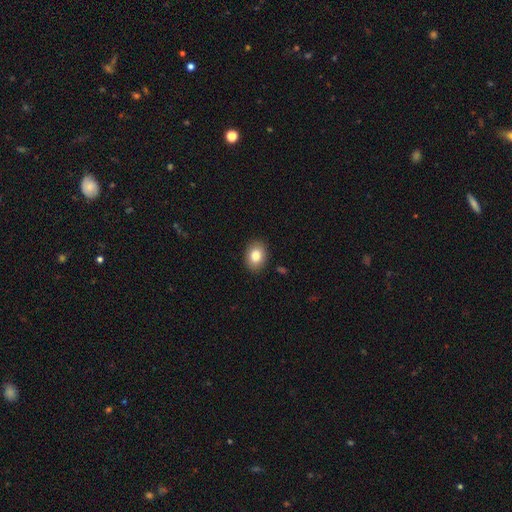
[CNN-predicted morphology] This is clearly a smooth galaxy (83%). How rounded: likely in between (64%). Merging: clearly none (89%).